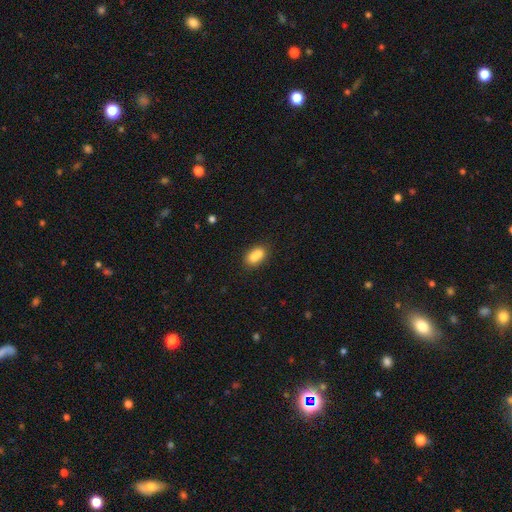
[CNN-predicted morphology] Smooth or featured: smooth — 71% (featured or disk — 19%)
How rounded: in between — 62% (round — 36%)
Merging: merger — 57% (none — 31%)